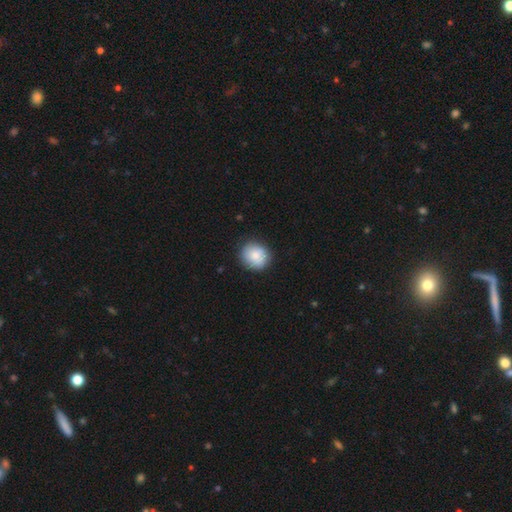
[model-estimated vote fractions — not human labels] Smooth or featured: smooth — 83% (featured or disk — 10%)
How rounded: round — 85% (in between — 14%)
Merging: none — 86% (minor disturbance — 11%)